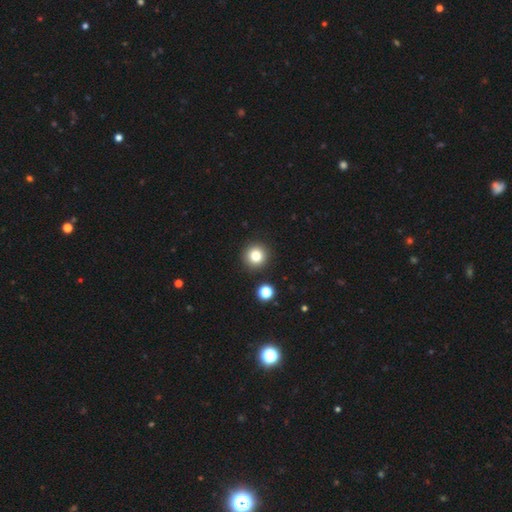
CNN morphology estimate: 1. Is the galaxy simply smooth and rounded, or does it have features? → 81% smooth, 12% star or artifact, 7% featured or disk.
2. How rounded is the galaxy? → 95% round, 4% in between, 1% cigar-shaped.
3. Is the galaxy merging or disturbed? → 90% none, 5% minor disturbance, 3% merger, 2% major disturbance.